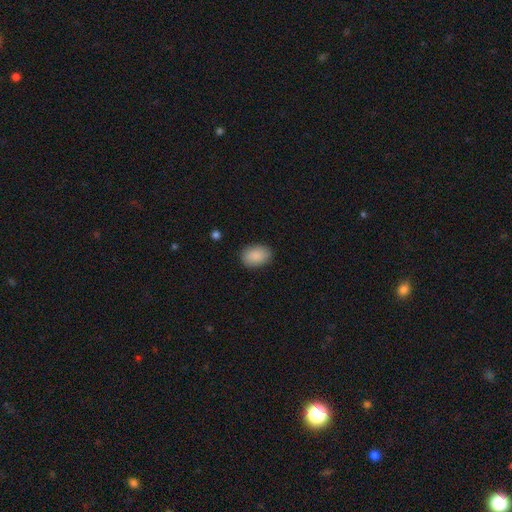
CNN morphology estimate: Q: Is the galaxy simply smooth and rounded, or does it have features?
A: smooth — 90%.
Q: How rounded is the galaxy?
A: in between — 87%.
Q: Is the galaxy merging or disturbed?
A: none — 87%.